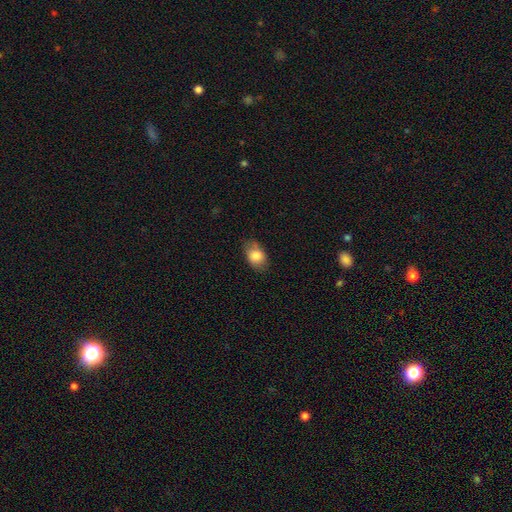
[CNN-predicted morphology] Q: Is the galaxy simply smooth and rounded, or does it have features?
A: smooth — 81%.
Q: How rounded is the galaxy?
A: in between — 79%.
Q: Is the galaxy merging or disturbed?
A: none — 74%.